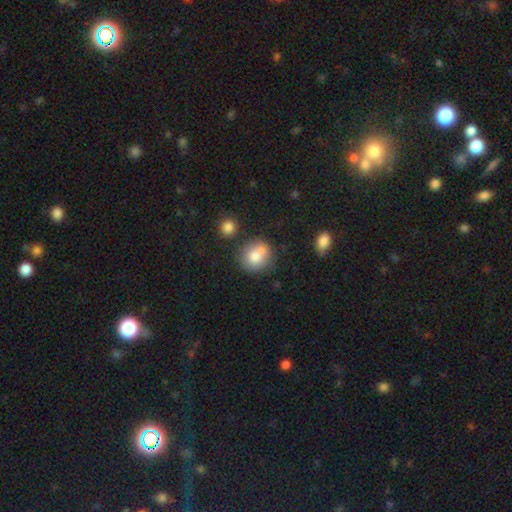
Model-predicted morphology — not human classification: Smooth or featured? smooth (75%)
How rounded? round (83%)
Merging? none (55%)